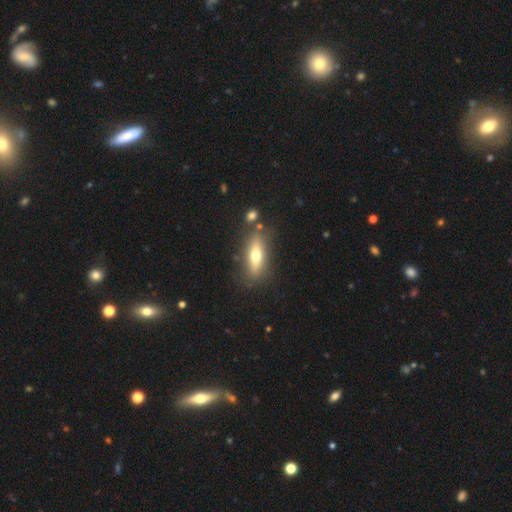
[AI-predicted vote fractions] Q: Smooth or featured?
A: smooth (58%); runner-up: featured or disk (35%)
Q: How rounded?
A: in between (50%); runner-up: cigar-shaped (46%)
Q: Merging?
A: none (77%); runner-up: minor disturbance (12%)